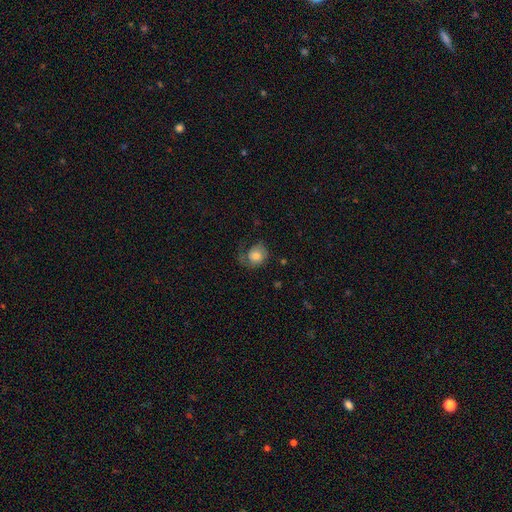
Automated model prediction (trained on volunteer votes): smooth-or-featured: smooth: 63% | featured or disk: 28% | star or artifact: 8%
  how-rounded: round: 68% | in between: 31% | cigar-shaped: 1%
  merging: none: 41% | major disturbance: 31% | minor disturbance: 26% | merger: 2%